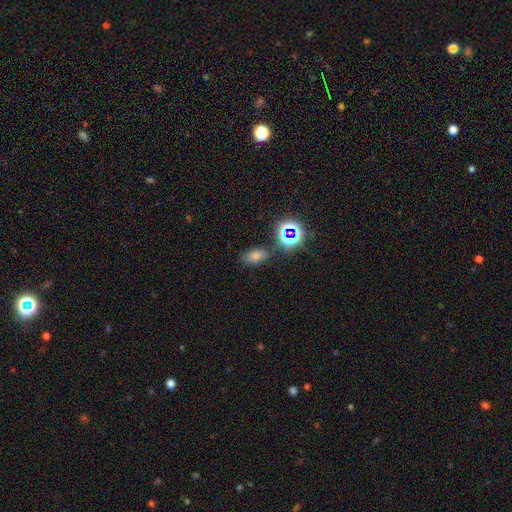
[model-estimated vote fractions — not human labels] smooth-or-featured: smooth: 57% | star or artifact: 34% | featured or disk: 10%
  how-rounded: in between: 78% | round: 20% | cigar-shaped: 2%
  merging: none: 79% | minor disturbance: 12% | merger: 5% | major disturbance: 3%